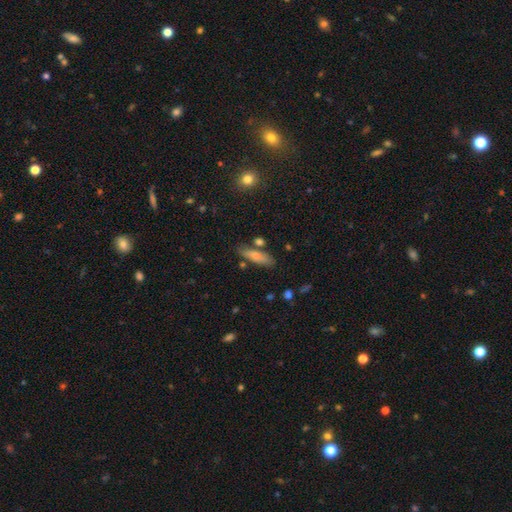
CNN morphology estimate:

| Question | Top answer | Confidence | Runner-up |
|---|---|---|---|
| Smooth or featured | smooth | 78% | featured or disk (14%) |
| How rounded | cigar-shaped | 58% | in between (39%) |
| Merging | none | 73% | minor disturbance (15%) |